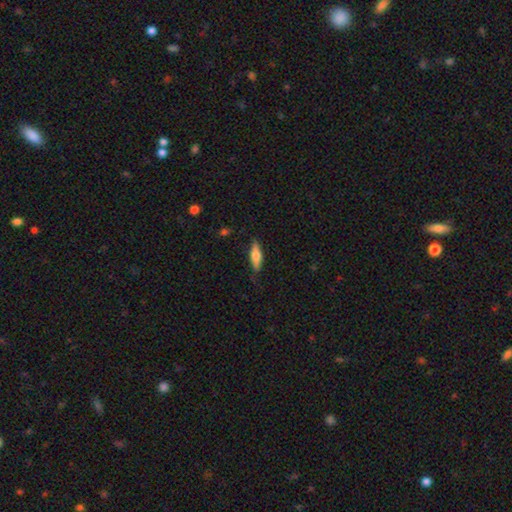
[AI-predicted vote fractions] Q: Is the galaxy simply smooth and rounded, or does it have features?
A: smooth — 57%.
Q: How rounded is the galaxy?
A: cigar-shaped — 55%.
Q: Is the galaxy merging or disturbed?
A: none — 81%.